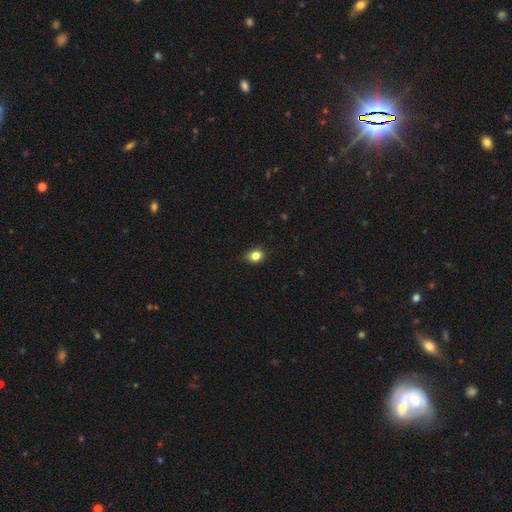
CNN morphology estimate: The model was most divided on "how rounded": round: 55%, in between: 44%, cigar-shaped: 1%. More confident: smooth or featured — smooth (84%); merging — none (81%).